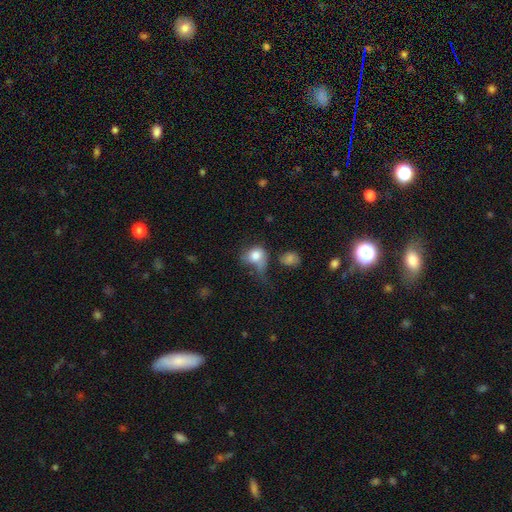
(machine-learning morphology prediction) Q: Smooth or featured?
A: smooth (76%); runner-up: featured or disk (15%)
Q: How rounded?
A: round (52%); runner-up: in between (47%)
Q: Merging?
A: major disturbance (35%); runner-up: none (25%)